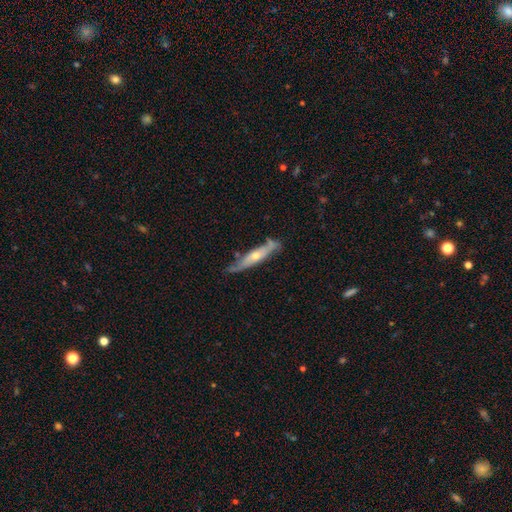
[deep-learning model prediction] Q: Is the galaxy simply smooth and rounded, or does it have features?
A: featured or disk — 61%.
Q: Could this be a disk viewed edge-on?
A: yes — 72%.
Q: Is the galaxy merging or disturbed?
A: none — 67%.